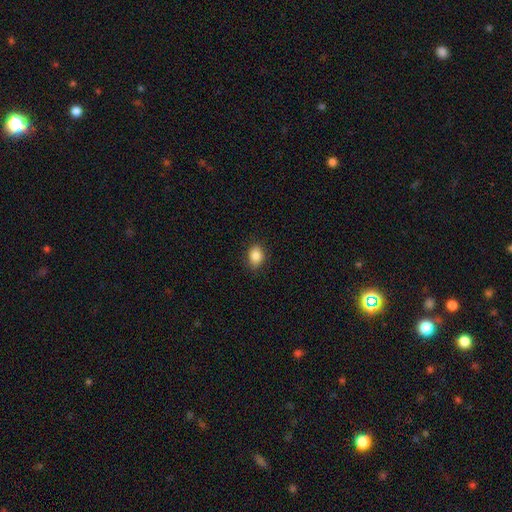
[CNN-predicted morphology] smooth_or_featured: smooth (p=0.86) [alt: star or artifact p=0.09]
how_rounded: in between (p=0.57) [alt: round p=0.42]
merging: none (p=0.84) [alt: minor disturbance p=0.13]